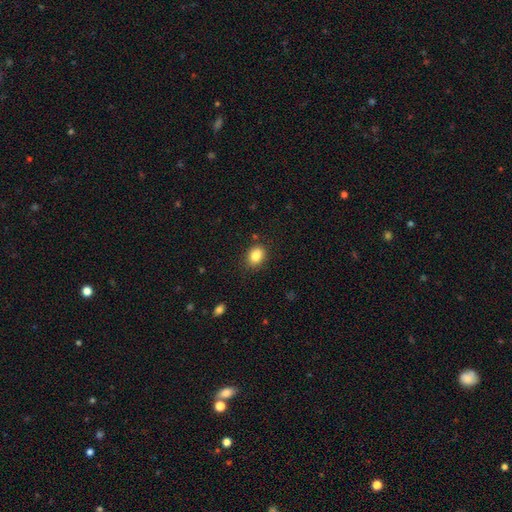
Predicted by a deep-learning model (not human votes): Smooth or featured: smooth — 85% (star or artifact — 9%)
How rounded: in between — 67% (round — 32%)
Merging: none — 83% (minor disturbance — 12%)